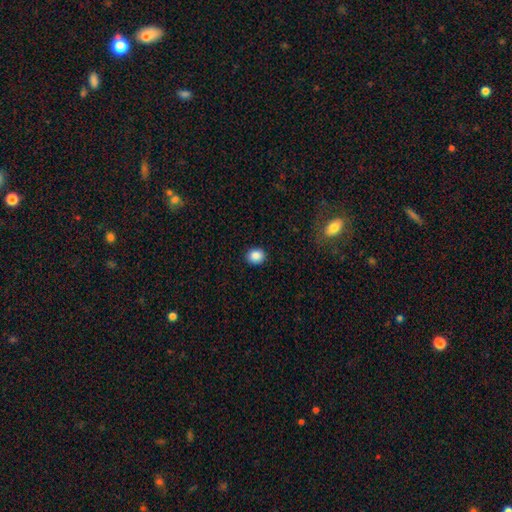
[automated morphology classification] type=smooth (87%); roundness=round (71%); merging=none (90%).